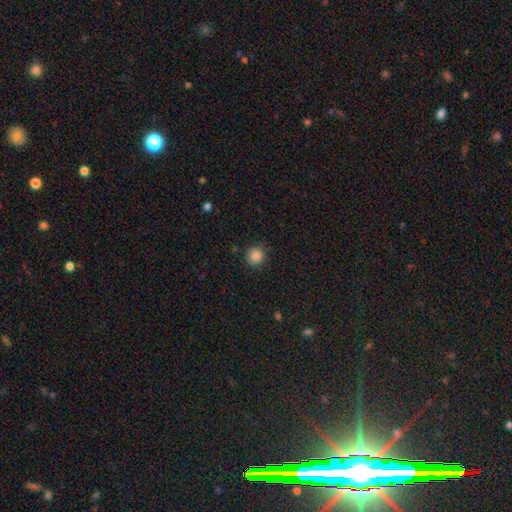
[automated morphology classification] Smooth or featured? smooth (86%)
How rounded? round (91%)
Merging? none (87%)